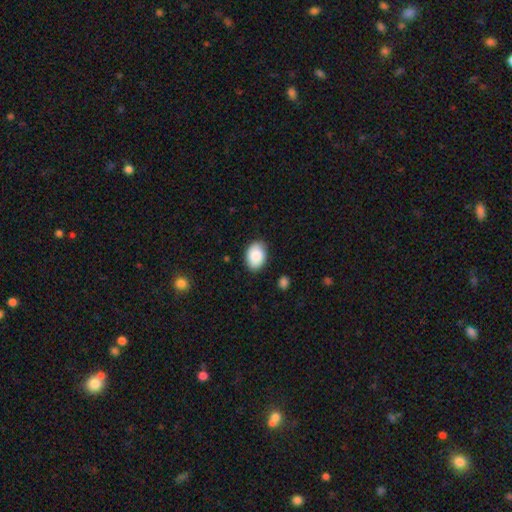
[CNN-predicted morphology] The model was most divided on "how rounded": in between: 82%, round: 17%, cigar-shaped: 1%. More confident: smooth or featured — smooth (88%); merging — none (86%).